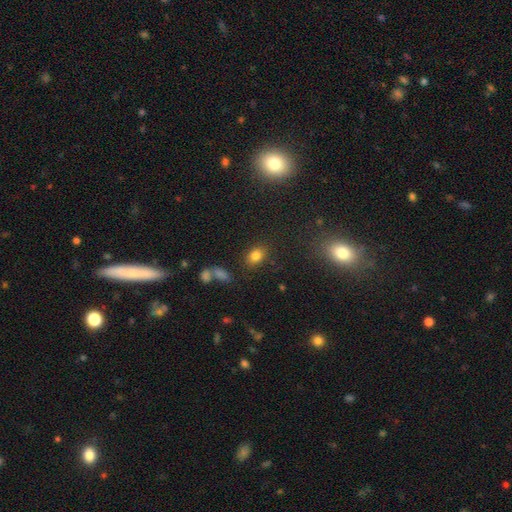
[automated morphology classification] Smooth or featured: smooth — 80% (star or artifact — 13%)
How rounded: in between — 66% (round — 32%)
Merging: none — 80% (minor disturbance — 12%)